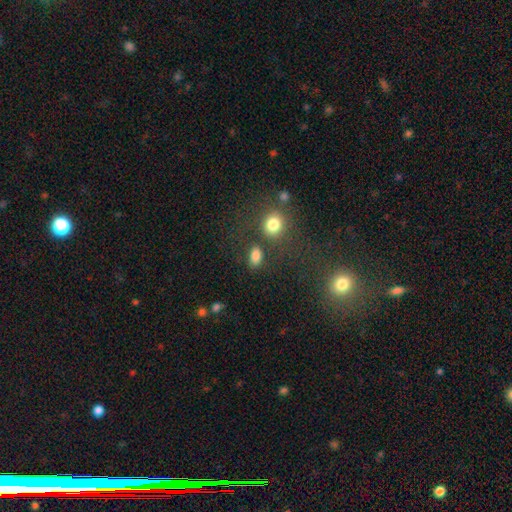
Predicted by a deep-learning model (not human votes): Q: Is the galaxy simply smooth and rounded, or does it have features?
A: smooth — 83%.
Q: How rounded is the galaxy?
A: in between — 80%.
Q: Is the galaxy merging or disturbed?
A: none — 73%.